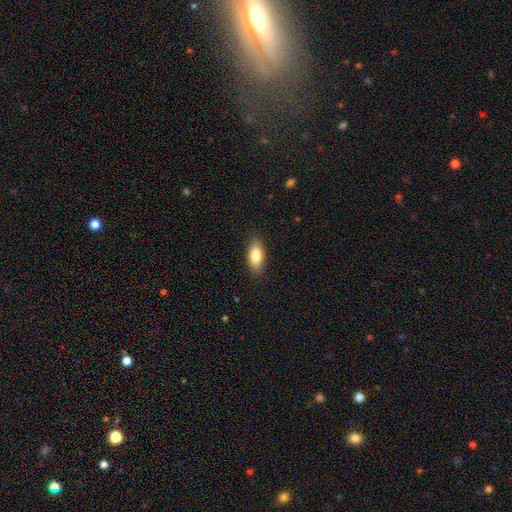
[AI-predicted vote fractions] The model was most divided on "how rounded": in between: 79%, cigar-shaped: 18%, round: 3%. More confident: merging — none (87%); smooth or featured — smooth (83%).